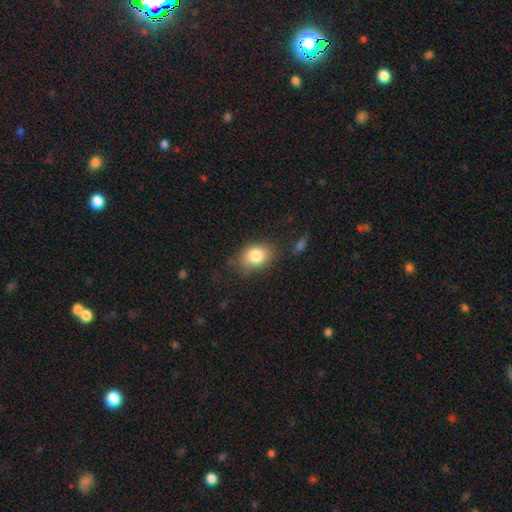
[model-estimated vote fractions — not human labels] Morphology: type=smooth (81%); roundness=in between (71%); merging=none (76%).